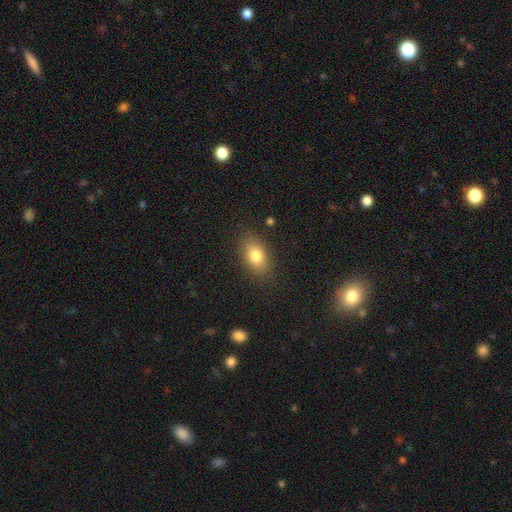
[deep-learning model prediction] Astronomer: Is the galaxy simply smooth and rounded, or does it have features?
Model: smooth — 81%.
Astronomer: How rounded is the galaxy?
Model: in between — 86%.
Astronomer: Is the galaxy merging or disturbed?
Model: none — 84%.